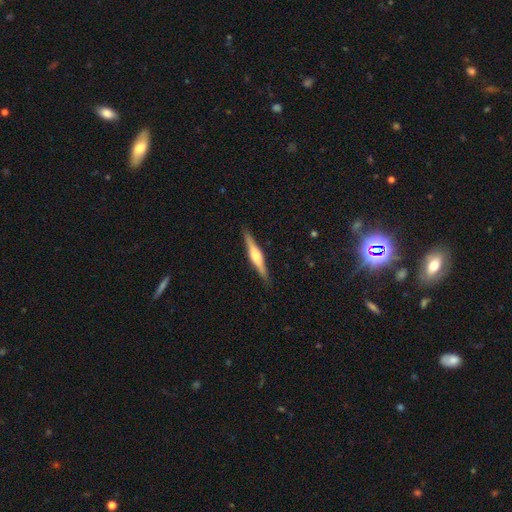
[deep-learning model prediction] A featured or disk galaxy (70%) viewed edge-on (98%) with a rounded central bulge (86%).

Vote fractions:
- Smooth or featured? featured or disk: 70% / smooth: 25% / star or artifact: 5%
- Edge-on disk? yes: 98% / no: 2%
- Edge-on bulge? rounded: 86% / boxy: 10% / none: 4%
- Merging? none: 90% / minor disturbance: 8% / major disturbance: 2% / merger: 1%